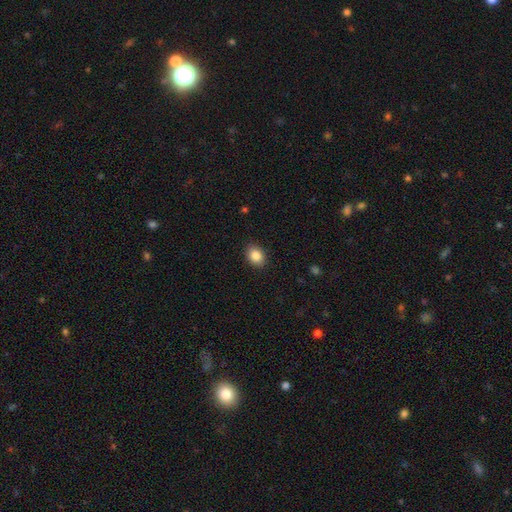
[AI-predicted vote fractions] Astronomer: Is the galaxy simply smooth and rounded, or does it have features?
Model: smooth — 86%.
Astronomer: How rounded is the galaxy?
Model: in between — 61% (runner-up: round, 39%).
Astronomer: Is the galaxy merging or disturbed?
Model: none — 89%.